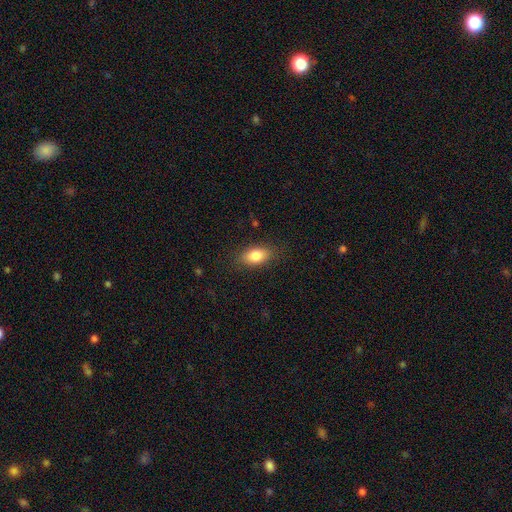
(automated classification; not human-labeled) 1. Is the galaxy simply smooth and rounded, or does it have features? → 83% smooth, 9% featured or disk, 8% star or artifact.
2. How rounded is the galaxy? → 89% in between, 7% round, 4% cigar-shaped.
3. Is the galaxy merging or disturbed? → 84% none, 12% minor disturbance, 3% major disturbance, 1% merger.